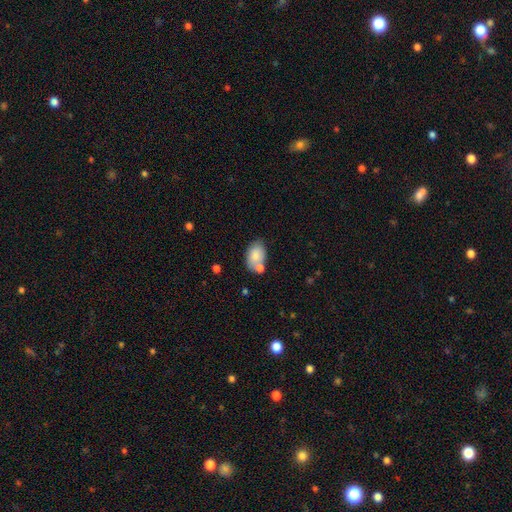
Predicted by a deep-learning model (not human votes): A smooth galaxy with no disk features (81%) that is in between round and cigar-shaped (88%).

Vote fractions:
- Smooth or featured? smooth: 81% / featured or disk: 12% / star or artifact: 7%
- How rounded? in between: 88% / round: 11% / cigar-shaped: 1%
- Merging? none: 56% / merger: 21% / minor disturbance: 18% / major disturbance: 5%